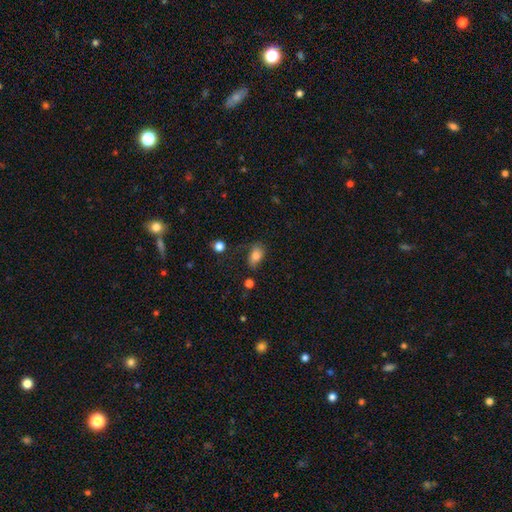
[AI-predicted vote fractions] Smooth or featured?
  - smooth: 79% *
  - featured or disk: 11%
  - star or artifact: 9%
How rounded?
  - in between: 87% *
  - round: 11%
  - cigar-shaped: 3%
Merging?
  - none: 55% *
  - minor disturbance: 29%
  - major disturbance: 12%
  - merger: 4%